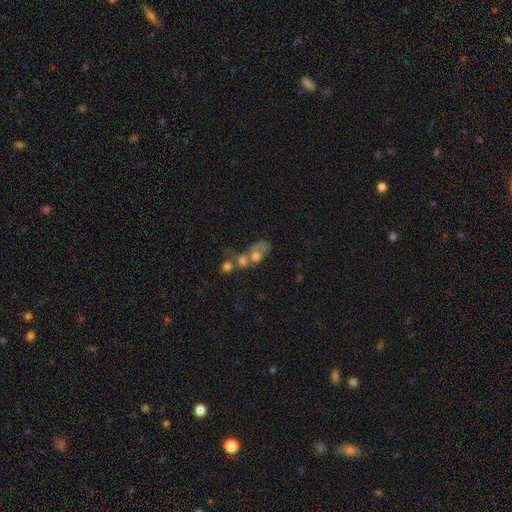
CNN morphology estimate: Q: Smooth or featured?
A: smooth (54%); runner-up: featured or disk (34%)
Q: How rounded?
A: in between (58%); runner-up: round (39%)
Q: Merging?
A: merger (66%); runner-up: none (14%)